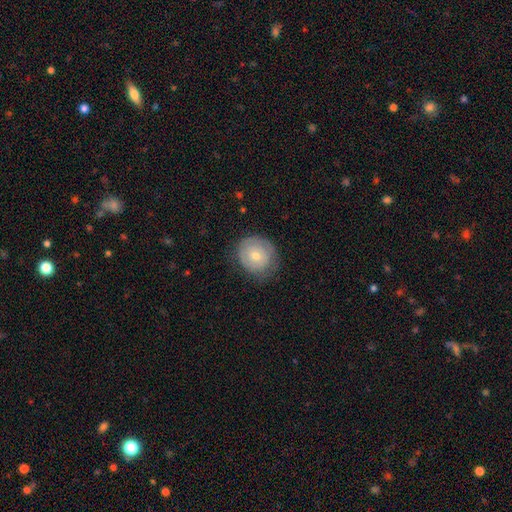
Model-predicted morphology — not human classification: Smooth or featured: smooth — 50% (featured or disk — 42%)
How rounded: round — 84% (in between — 15%)
Merging: none — 74% (minor disturbance — 19%)